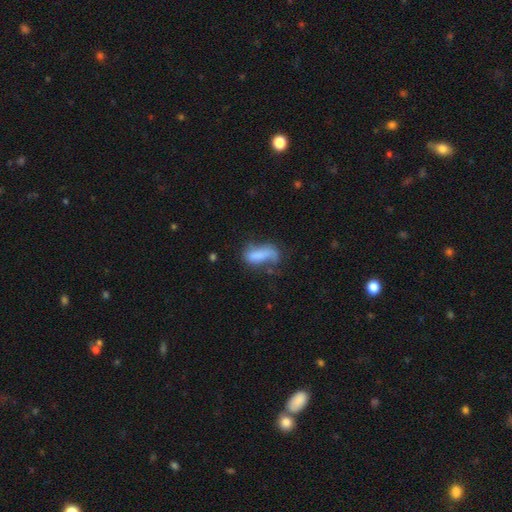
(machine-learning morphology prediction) Q: Smooth or featured?
A: smooth (67%); runner-up: featured or disk (23%)
Q: How rounded?
A: in between (70%); runner-up: cigar-shaped (27%)
Q: Merging?
A: none (36%); runner-up: minor disturbance (29%)